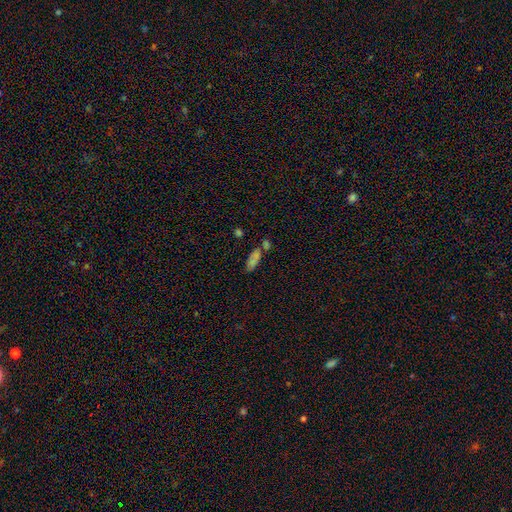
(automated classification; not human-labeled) A smooth galaxy with no disk features (58%) that is in between round and cigar-shaped (62%). Merging: none (60%).